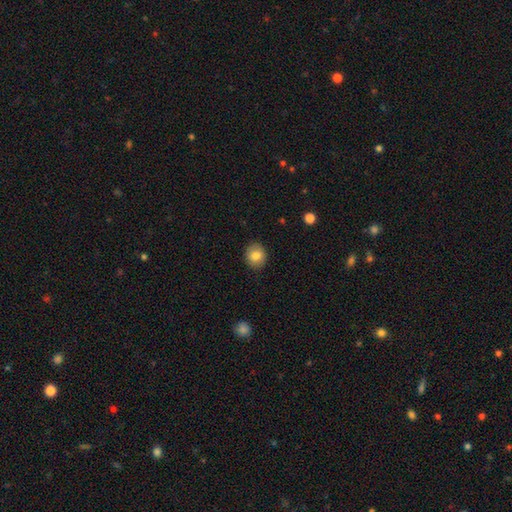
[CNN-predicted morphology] Smooth or featured: smooth — 82% (featured or disk — 10%)
How rounded: round — 71% (in between — 29%)
Merging: none — 88% (minor disturbance — 9%)